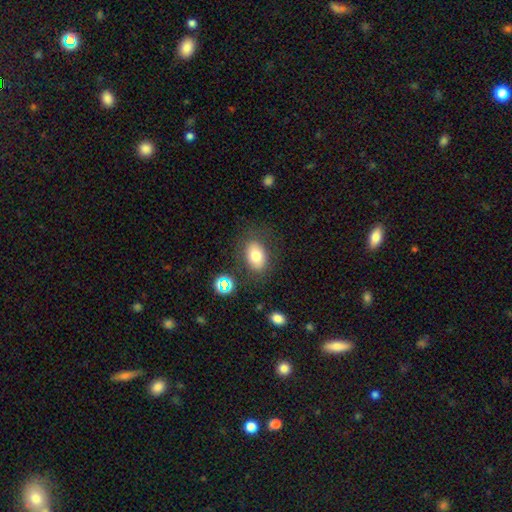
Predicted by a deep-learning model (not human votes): Smooth or featured? smooth (76%)
How rounded? in between (83%)
Merging? none (77%)